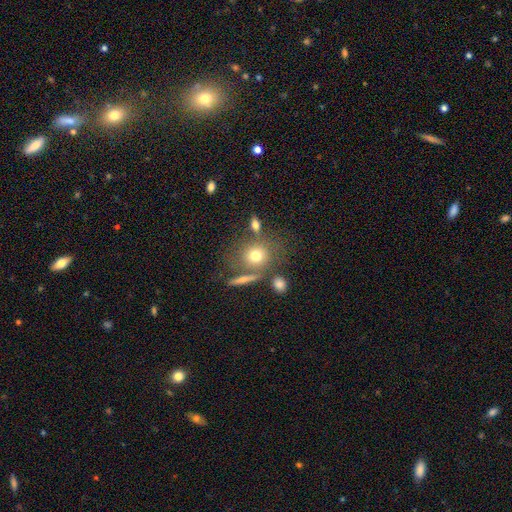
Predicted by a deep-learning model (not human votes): Smooth or featured? smooth (70%)
How rounded? round (77%)
Merging? none (63%)